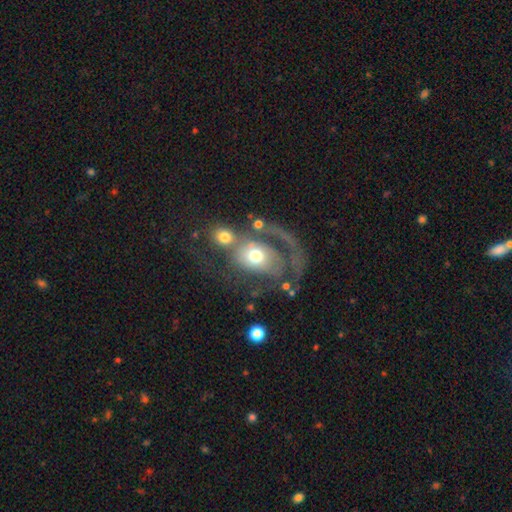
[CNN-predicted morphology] Q: Smooth or featured?
A: featured or disk (48%); runner-up: smooth (43%)
Q: Merging?
A: major disturbance (39%); runner-up: merger (33%)